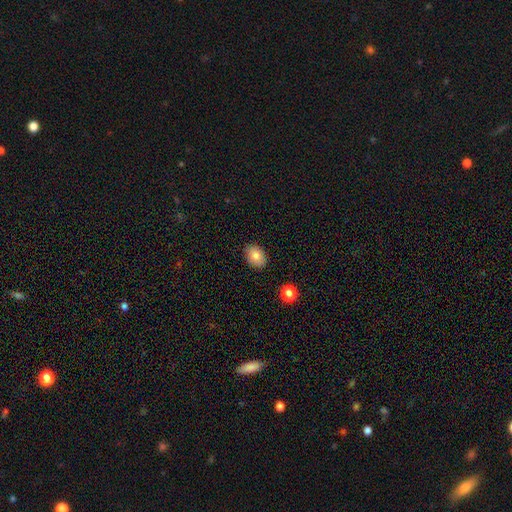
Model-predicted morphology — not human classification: This is clearly a smooth galaxy (83%). How rounded: likely in between (75%). Merging: clearly none (87%).